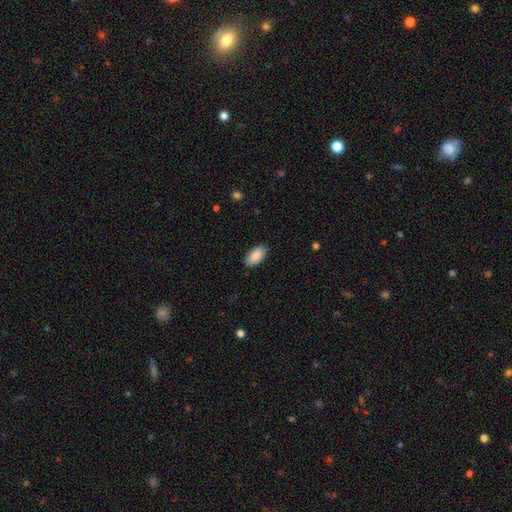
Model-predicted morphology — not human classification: Smooth or featured?
  - smooth: 90% *
  - star or artifact: 6%
  - featured or disk: 4%
How rounded?
  - in between: 95% *
  - round: 2%
  - cigar-shaped: 2%
Merging?
  - none: 88% *
  - minor disturbance: 9%
  - major disturbance: 2%
  - merger: 1%